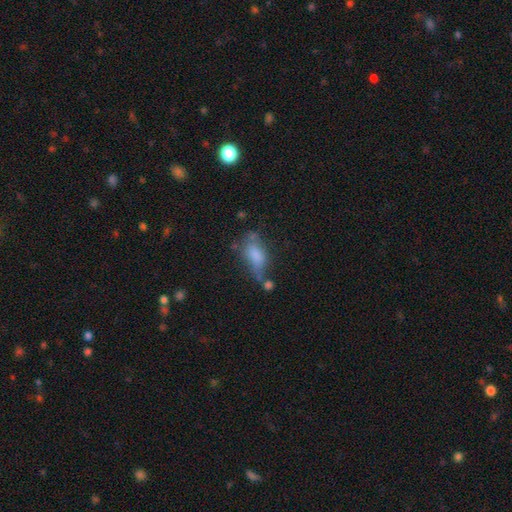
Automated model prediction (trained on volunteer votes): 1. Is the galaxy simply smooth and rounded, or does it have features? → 71% smooth, 18% featured or disk, 11% star or artifact.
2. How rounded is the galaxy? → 85% in between, 8% cigar-shaped, 6% round.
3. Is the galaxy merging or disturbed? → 34% none, 27% minor disturbance, 22% major disturbance, 17% merger.